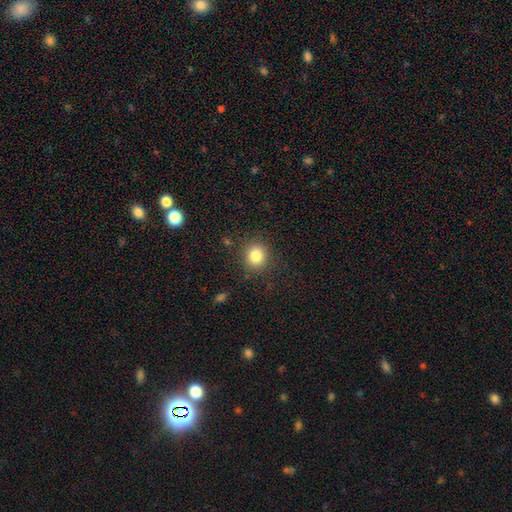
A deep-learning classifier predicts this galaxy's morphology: This is clearly a smooth galaxy (83%). How rounded: clearly round (81%). Merging: clearly none (86%).